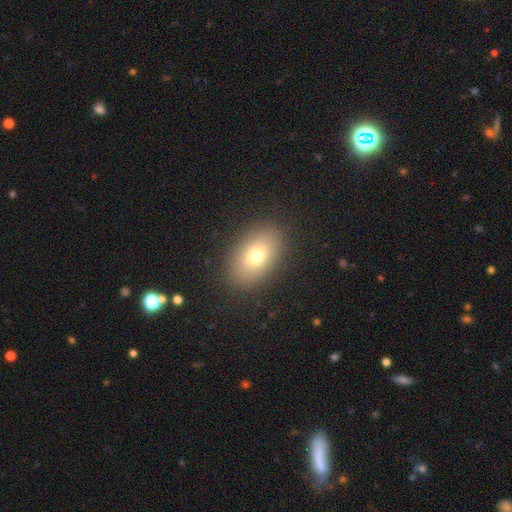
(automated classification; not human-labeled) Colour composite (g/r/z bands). It shows a smooth galaxy with no disk features (74%) that is in between round and cigar-shaped (85%). Merging: none (88%).